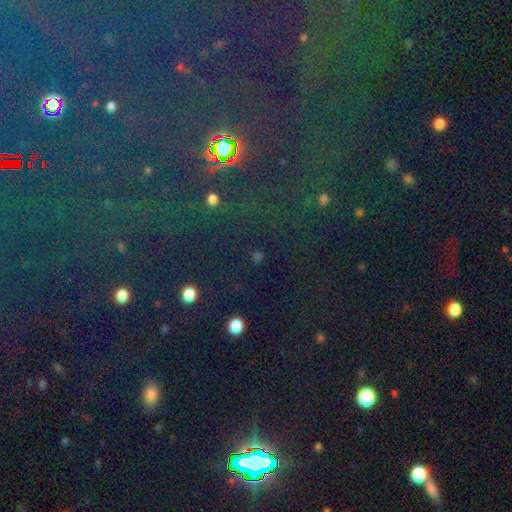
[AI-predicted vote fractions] Smooth or featured: star or artifact — 68% (smooth — 23%)